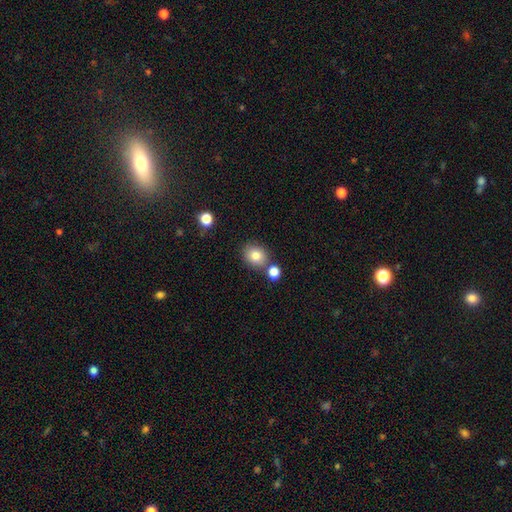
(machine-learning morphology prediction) type=smooth (81%); roundness=round (66%); merging=none (72%).